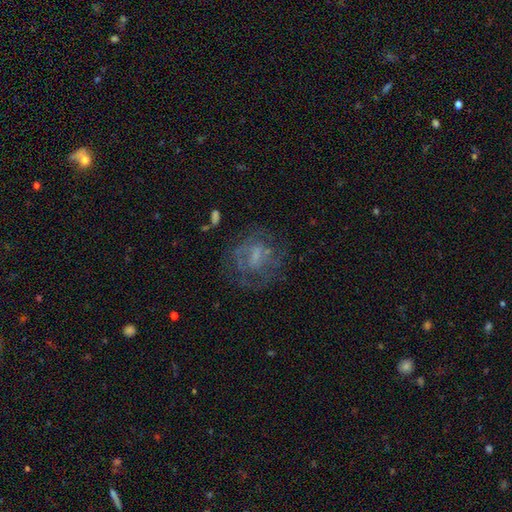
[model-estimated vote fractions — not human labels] This appears to be a featured or disk galaxy (58%) with no bar (46%), no spiral arms (53%) and no central bulge (41%). Merging: none (58%).